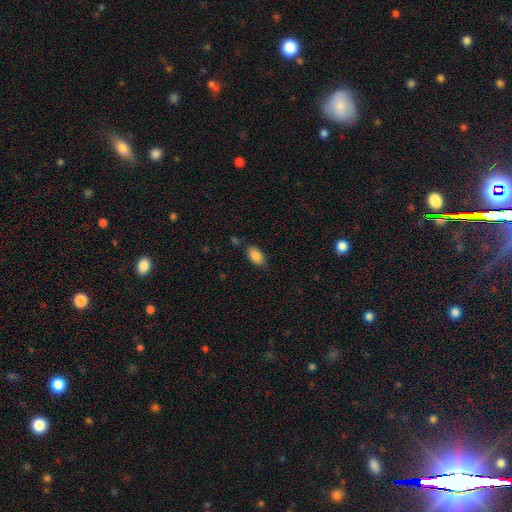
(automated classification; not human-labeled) Smooth or featured? Predicted: smooth (p=0.87). How rounded? Predicted: in between (p=0.93). Merging? Predicted: none (p=0.80).